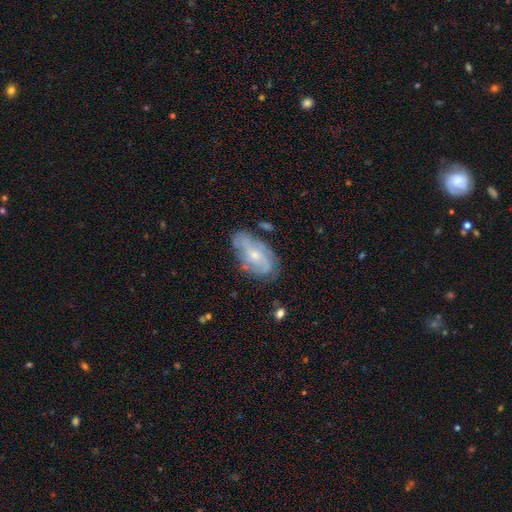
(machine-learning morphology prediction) smooth_or_featured: featured or disk (p=0.70) [alt: smooth p=0.23]
disk_edge_on: no (p=0.95) [alt: yes p=0.05]
bar: no (p=0.69) [alt: weak p=0.26]
has_spiral_arms: yes (p=0.84) [alt: no p=0.16]
spiral_winding: tight (p=0.44) [alt: medium p=0.38]
spiral_arm_count: can't tell (p=0.39) [alt: 2 p=0.28]
bulge_size: small (p=0.66) [alt: moderate p=0.30]
merging: none (p=0.62) [alt: minor disturbance p=0.25]